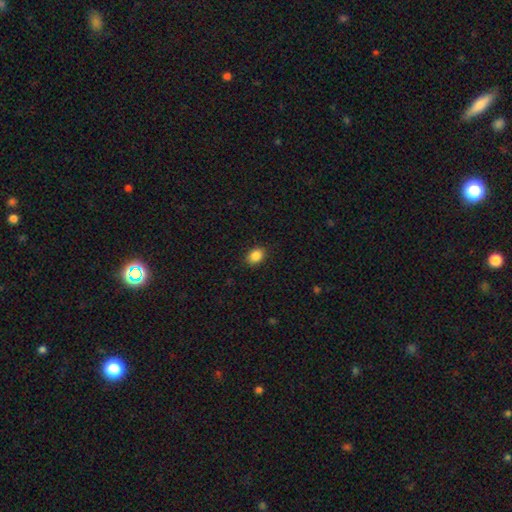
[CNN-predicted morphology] A smooth galaxy with no disk features (87%) that is in between round and cigar-shaped (69%).

Vote fractions:
- Smooth or featured? smooth: 87% / star or artifact: 9% / featured or disk: 4%
- How rounded? in between: 69% / round: 30% / cigar-shaped: 1%
- Merging? none: 89% / minor disturbance: 8% / major disturbance: 2% / merger: 1%